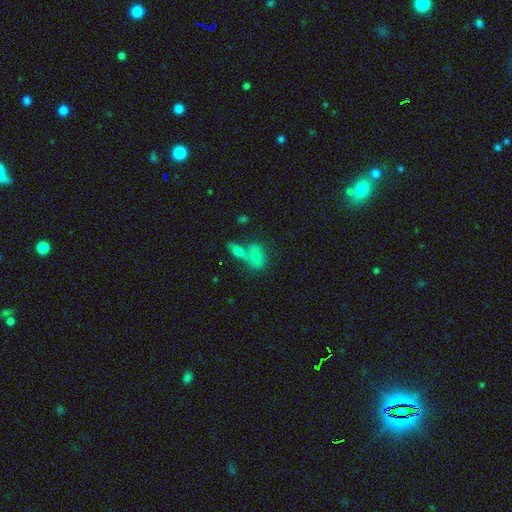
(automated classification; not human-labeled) Smooth or featured? smooth (71%)
How rounded? in between (79%)
Merging? merger (56%)